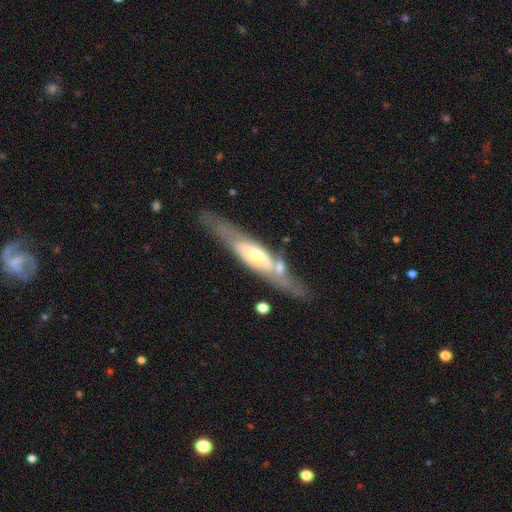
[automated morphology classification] Q: Smooth or featured?
A: featured or disk (64%); runner-up: smooth (30%)
Q: Edge-on disk?
A: yes (54%); runner-up: no (46%)
Q: Merging?
A: none (55%); runner-up: merger (18%)